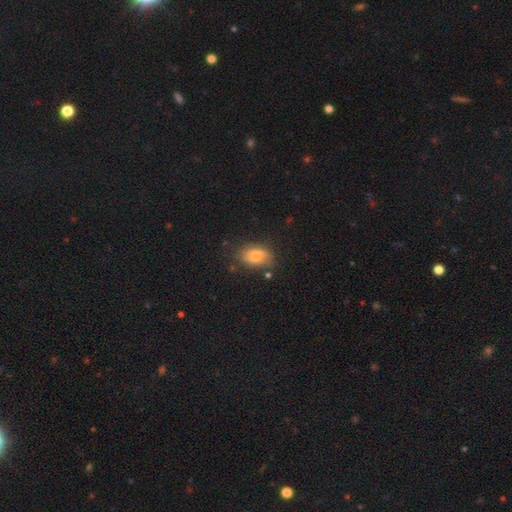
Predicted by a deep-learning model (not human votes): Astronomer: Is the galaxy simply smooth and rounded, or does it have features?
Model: smooth — 73%.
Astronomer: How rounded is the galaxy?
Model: in between — 86%.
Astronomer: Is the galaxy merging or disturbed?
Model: none — 63%.